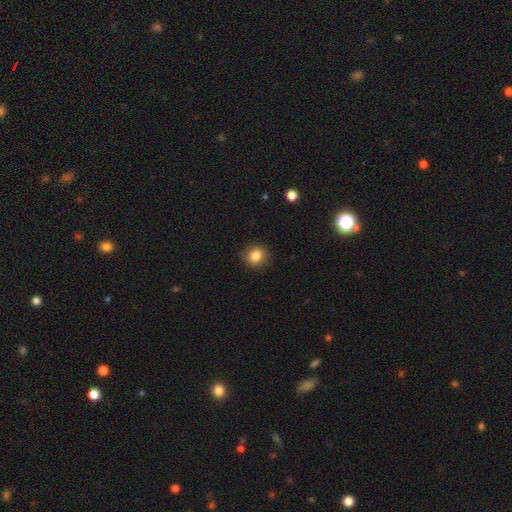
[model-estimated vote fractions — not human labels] The model was most divided on "how rounded": round: 86%, in between: 13%, cigar-shaped: 1%. More confident: merging — none (90%); smooth or featured — smooth (84%).